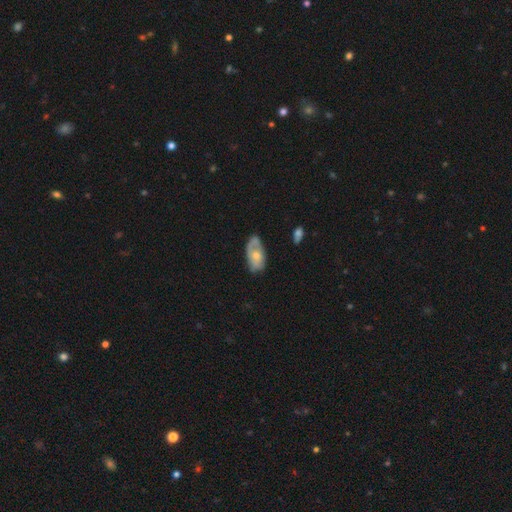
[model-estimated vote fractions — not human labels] Overall: smooth (48%; featured or disk 46%). Merging: none (51%; minor disturbance 33%).